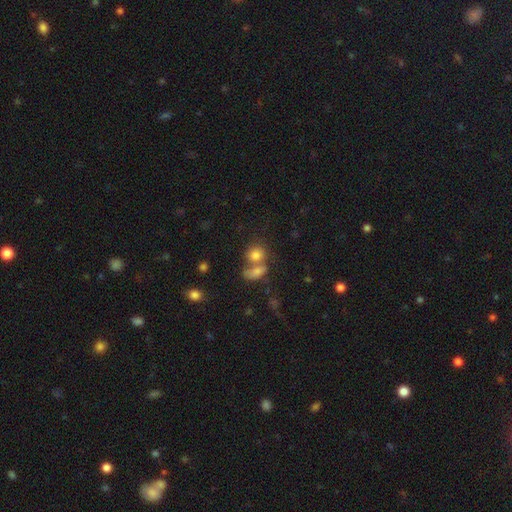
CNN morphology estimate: Smooth or featured?
  - smooth: 79% *
  - star or artifact: 11%
  - featured or disk: 10%
How rounded?
  - round: 57% *
  - in between: 41%
  - cigar-shaped: 2%
Merging?
  - merger: 49% *
  - none: 37%
  - minor disturbance: 9%
  - major disturbance: 5%